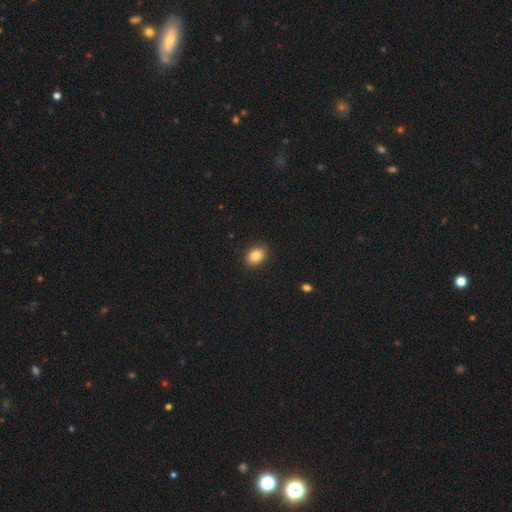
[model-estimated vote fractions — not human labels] Smooth or featured? smooth (84%)
How rounded? in between (73%)
Merging? none (89%)